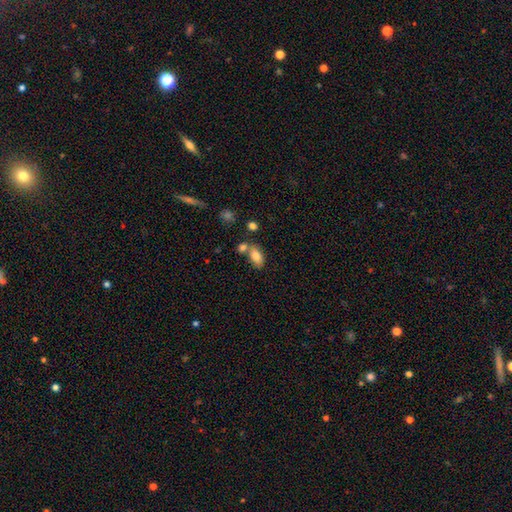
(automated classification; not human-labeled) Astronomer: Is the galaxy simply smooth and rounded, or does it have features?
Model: smooth — 82%.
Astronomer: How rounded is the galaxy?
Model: in between — 91%.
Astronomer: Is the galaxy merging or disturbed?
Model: none — 53%.